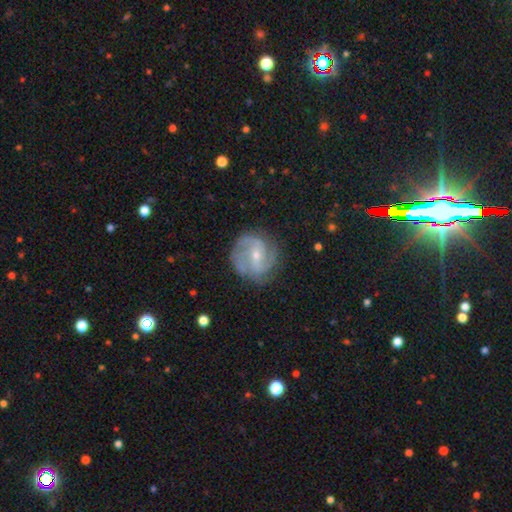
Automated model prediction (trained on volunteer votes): This appears to be a featured or disk galaxy (84%) with a weak bar (51%), 3 (37%) medium (47%) spiral arms (96%) and a small central bulge (60%). Merging: none (76%).